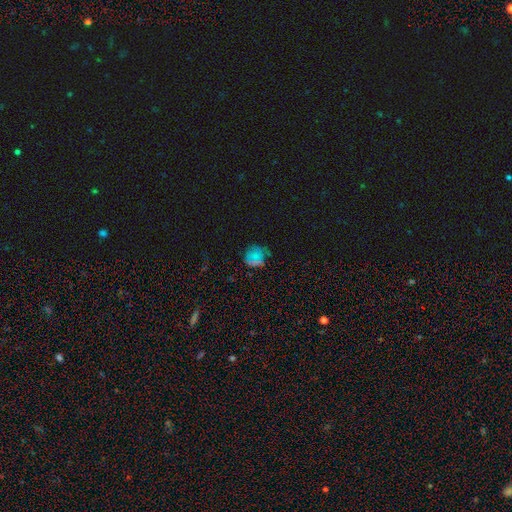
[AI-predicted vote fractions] A smooth galaxy with no disk features (48%).

Vote fractions:
- Smooth or featured? smooth: 48% / star or artifact: 37% / featured or disk: 15%
- Merging? none: 67% / minor disturbance: 19% / major disturbance: 10% / merger: 4%